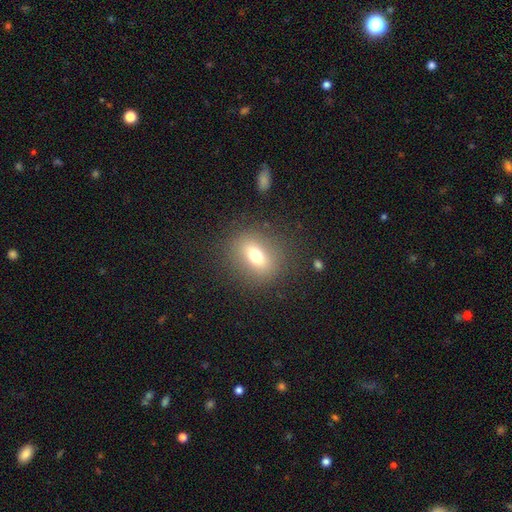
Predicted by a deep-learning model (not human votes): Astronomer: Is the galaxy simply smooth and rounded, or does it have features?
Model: smooth — 69%.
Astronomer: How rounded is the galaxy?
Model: in between — 50% (runner-up: round, 47%).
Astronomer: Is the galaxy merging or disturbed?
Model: none — 84%.